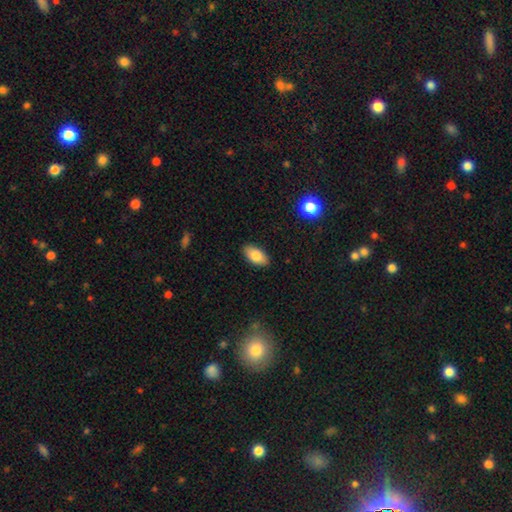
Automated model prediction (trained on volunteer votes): smooth-or-featured: smooth: 82% | featured or disk: 11% | star or artifact: 7%
  how-rounded: in between: 93% | cigar-shaped: 4% | round: 3%
  merging: none: 88% | minor disturbance: 9% | major disturbance: 2% | merger: 1%